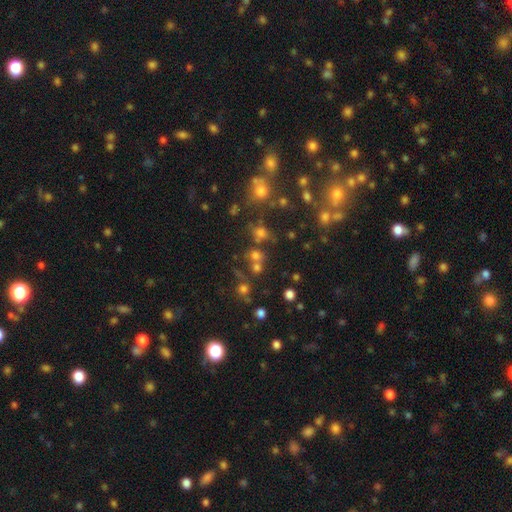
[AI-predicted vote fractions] Overall: smooth (53%; star or artifact 35%). How rounded: round (83%). Merging: none (60%; merger 25%).